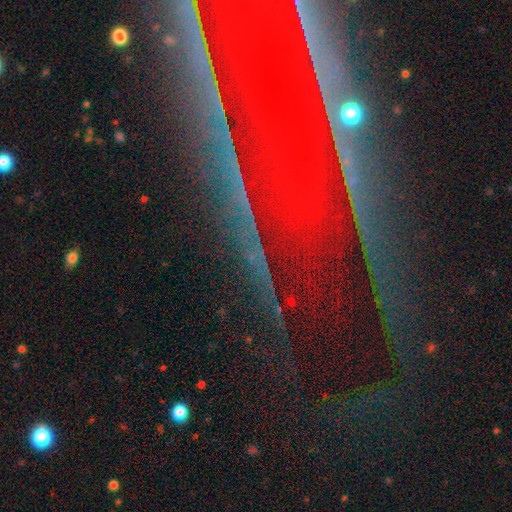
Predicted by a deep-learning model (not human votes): Smooth or featured? Predicted: star or artifact (p=0.82).